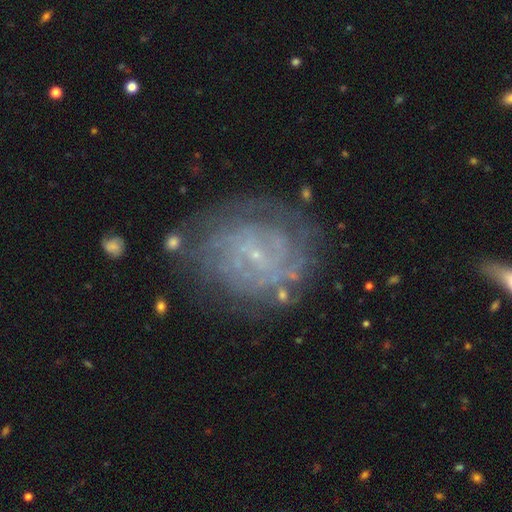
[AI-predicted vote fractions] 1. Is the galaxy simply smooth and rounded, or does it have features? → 77% featured or disk, 14% smooth, 9% star or artifact.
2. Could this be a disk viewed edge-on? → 97% no, 3% yes.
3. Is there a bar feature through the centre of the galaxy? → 56% no, 36% weak, 9% strong.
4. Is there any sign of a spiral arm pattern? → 87% yes, 13% no.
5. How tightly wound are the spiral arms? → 71% tight, 22% medium, 7% loose.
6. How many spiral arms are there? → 48% can't tell, 16% 2, 11% 3, 11% 4, 8% more than 4, 6% 1.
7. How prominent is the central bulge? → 84% small, 8% none, 6% moderate, 1% large, 1% dominant.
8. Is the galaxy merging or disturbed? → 72% none, 18% minor disturbance, 8% major disturbance, 3% merger.